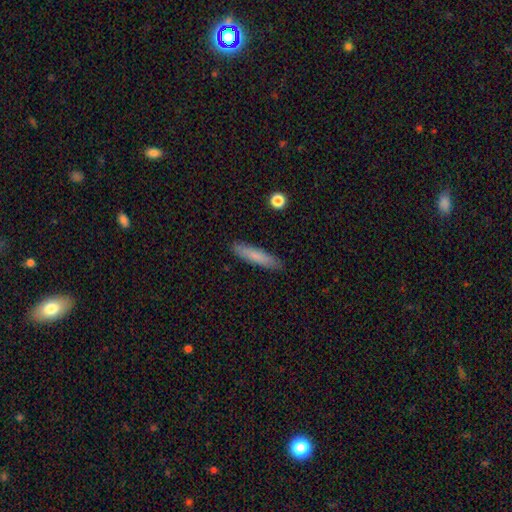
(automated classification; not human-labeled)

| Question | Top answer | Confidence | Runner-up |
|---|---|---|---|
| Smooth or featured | smooth | 78% | featured or disk (16%) |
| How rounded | cigar-shaped | 88% | in between (11%) |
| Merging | none | 89% | minor disturbance (8%) |